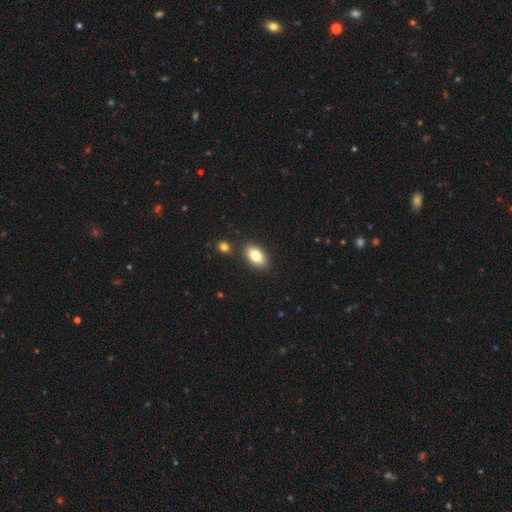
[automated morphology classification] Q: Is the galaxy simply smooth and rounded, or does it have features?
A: smooth — 81%.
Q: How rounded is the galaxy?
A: in between — 91%.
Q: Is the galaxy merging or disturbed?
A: none — 85%.